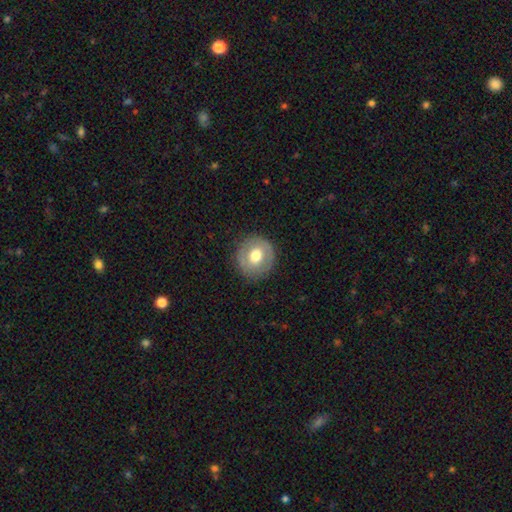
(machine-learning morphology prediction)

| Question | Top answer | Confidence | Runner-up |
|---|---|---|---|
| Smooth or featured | smooth | 57% | featured or disk (36%) |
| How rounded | round | 89% | in between (10%) |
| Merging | none | 85% | minor disturbance (10%) |